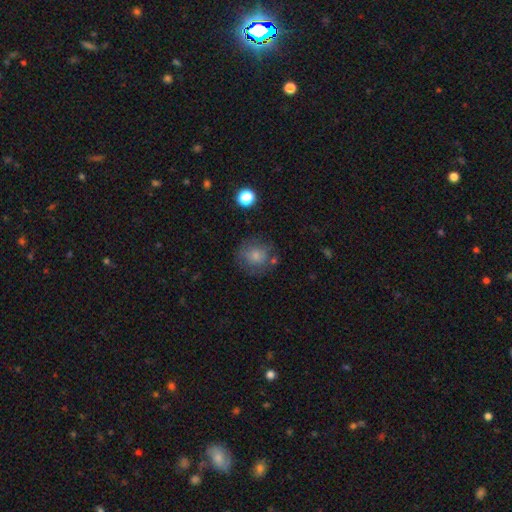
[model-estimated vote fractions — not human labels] Smooth or featured? Predicted: smooth (p=0.76). How rounded? Predicted: round (p=0.85). Merging? Predicted: none (p=0.69).